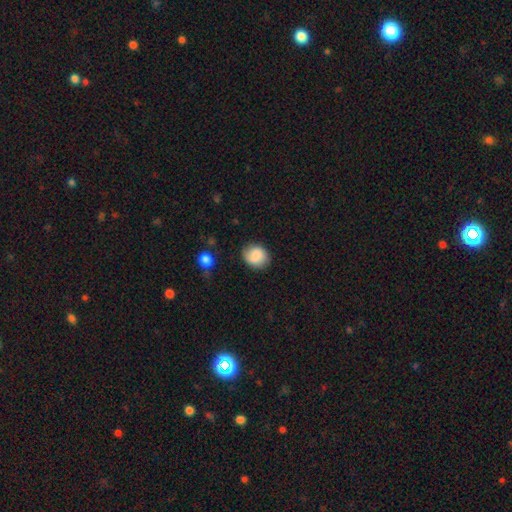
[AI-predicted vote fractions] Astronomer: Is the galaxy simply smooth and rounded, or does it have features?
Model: smooth — 84%.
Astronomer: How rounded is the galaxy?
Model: round — 69%.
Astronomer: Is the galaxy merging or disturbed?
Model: none — 80%.